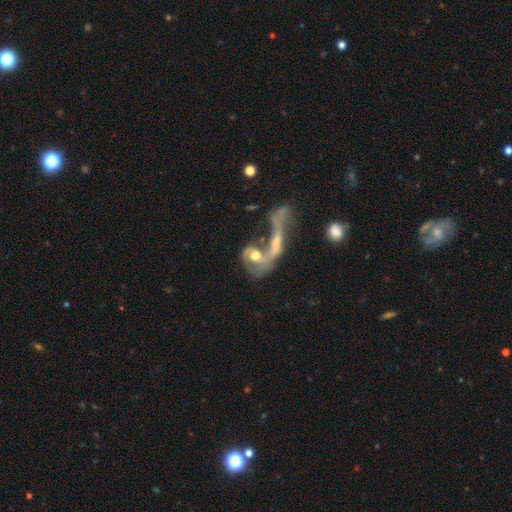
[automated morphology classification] A featured or disk galaxy (60%) with no bar (72%), spiral arms (54%) and a moderate central bulge (59%).

Vote fractions:
- Smooth or featured? featured or disk: 60% / smooth: 32% / star or artifact: 8%
- Edge-on disk? no: 91% / yes: 9%
- Bar? no: 72% / weak: 20% / strong: 8%
- Spiral arms? yes: 54% / no: 46%
- Bulge size? moderate: 59% / large: 22% / small: 10% / none: 6% / dominant: 3%
- Merging? merger: 63% / major disturbance: 20% / none: 10% / minor disturbance: 6%